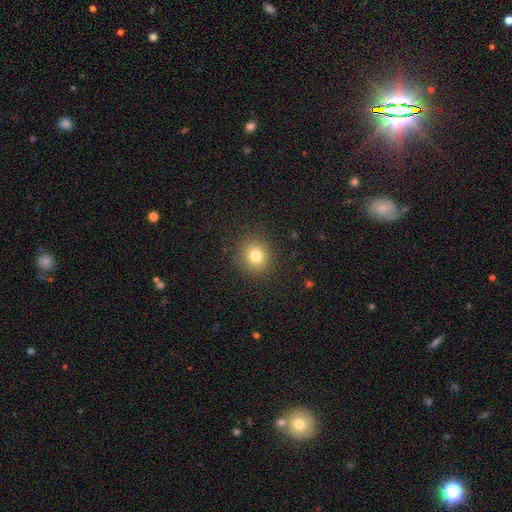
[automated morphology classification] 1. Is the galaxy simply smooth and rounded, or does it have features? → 78% smooth, 13% star or artifact, 9% featured or disk.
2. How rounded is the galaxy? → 83% round, 17% in between, 1% cigar-shaped.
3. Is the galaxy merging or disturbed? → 88% none, 8% minor disturbance, 3% major disturbance, 1% merger.